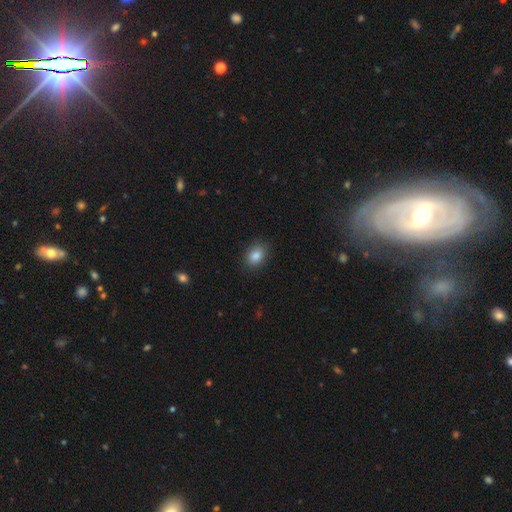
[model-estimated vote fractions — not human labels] Overall: smooth (85%). How rounded: in between (71%). Merging: none (88%).